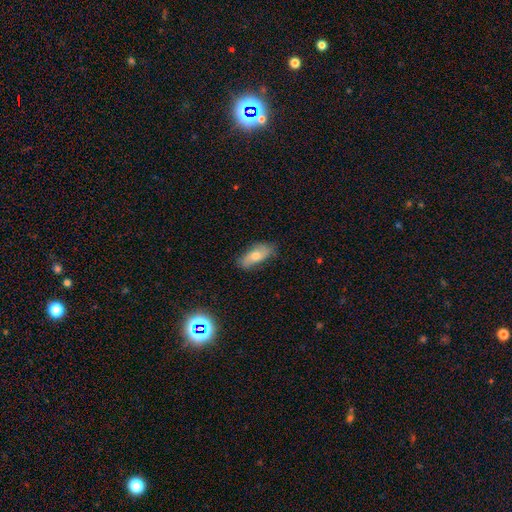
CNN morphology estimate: This appears to be a smooth galaxy with no disk features (58%) that is in between round and cigar-shaped (76%). Merging: none (79%).